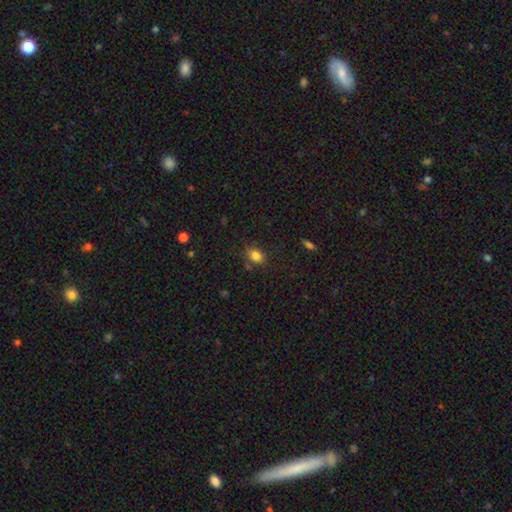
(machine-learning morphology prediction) Overall: smooth (82%). How rounded: in between (70%). Merging: none (76%).